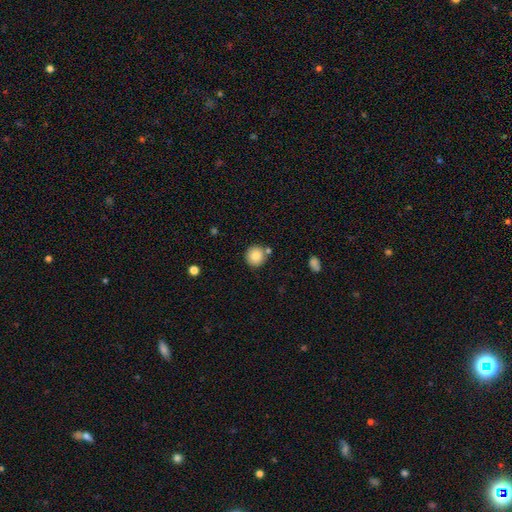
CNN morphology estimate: Q: Smooth or featured?
A: smooth (85%); runner-up: star or artifact (9%)
Q: How rounded?
A: round (94%); runner-up: in between (5%)
Q: Merging?
A: none (80%); runner-up: merger (9%)